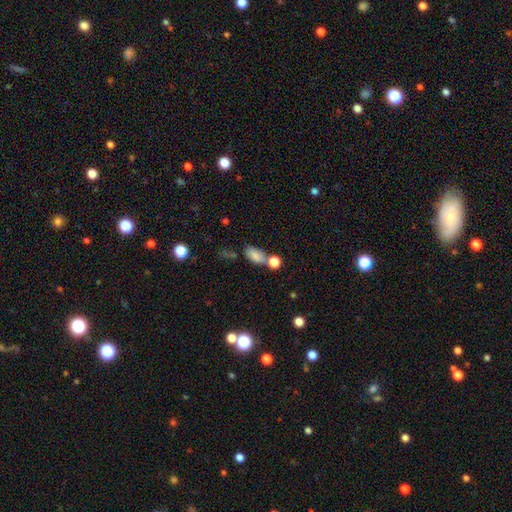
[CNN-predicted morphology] Smooth or featured? Predicted: smooth (p=0.79). How rounded? Predicted: in between (p=0.84). Merging? Predicted: none (p=0.46).